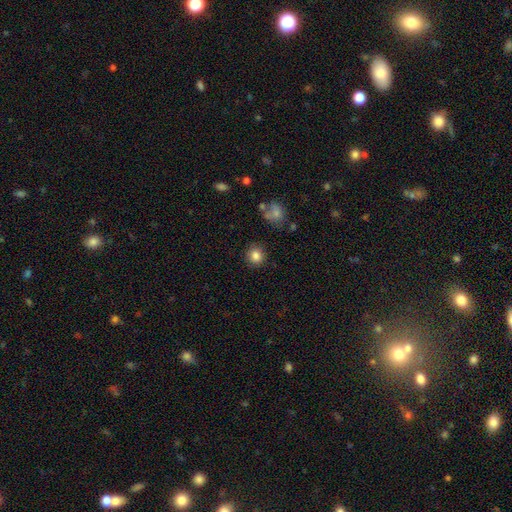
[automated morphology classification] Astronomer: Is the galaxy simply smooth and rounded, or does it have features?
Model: smooth — 84%.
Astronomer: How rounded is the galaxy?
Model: round — 90%.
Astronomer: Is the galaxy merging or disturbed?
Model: none — 88%.